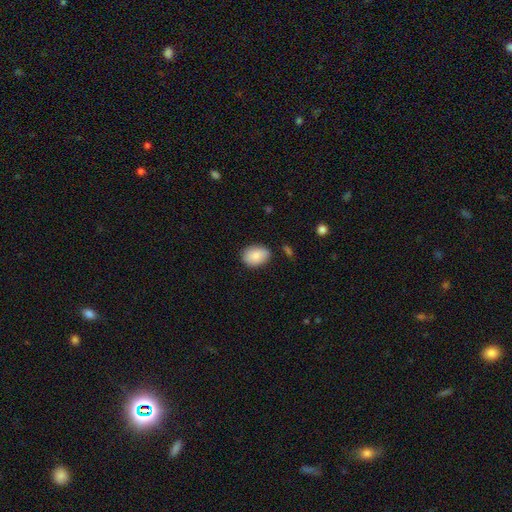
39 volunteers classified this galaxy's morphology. A smooth galaxy with no disk features (87%) that is in between round and cigar-shaped (82%). Merging: none (81%).